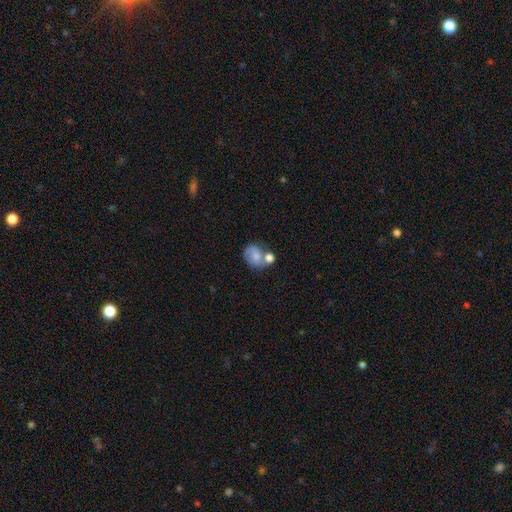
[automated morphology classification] Overall: smooth (52%; featured or disk 39%). How rounded: round (56%; in between 43%). Merging: merger (40%; none 34%).